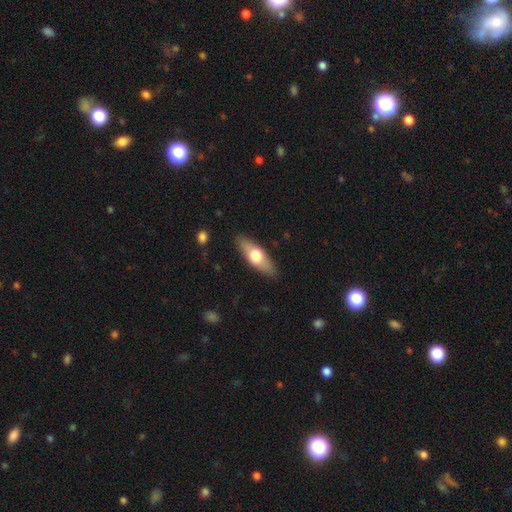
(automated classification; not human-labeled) Smooth or featured: smooth — 55% (featured or disk — 39%)
How rounded: in between — 59% (cigar-shaped — 38%)
Merging: none — 87% (minor disturbance — 10%)